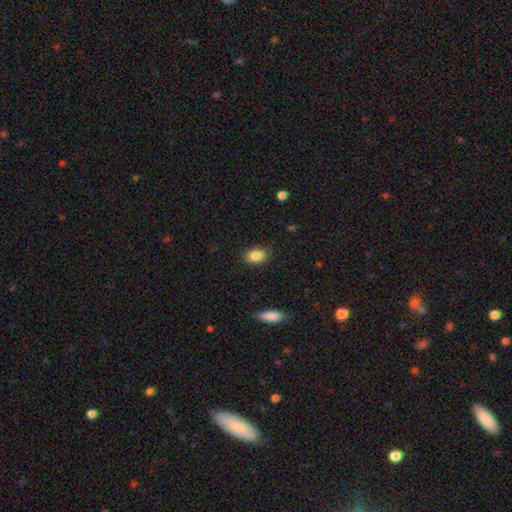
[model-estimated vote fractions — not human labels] Morphology: type=smooth (86%); roundness=in between (78%); merging=none (84%).